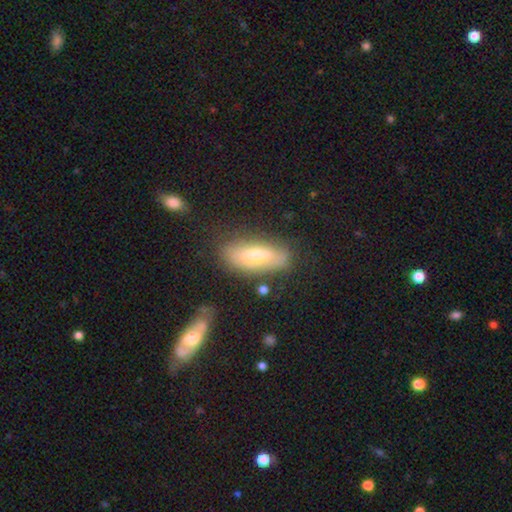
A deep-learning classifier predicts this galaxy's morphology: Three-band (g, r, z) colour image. It shows a smooth galaxy with no disk features (59%) that is in between round and cigar-shaped (65%). Merging: none (72%).